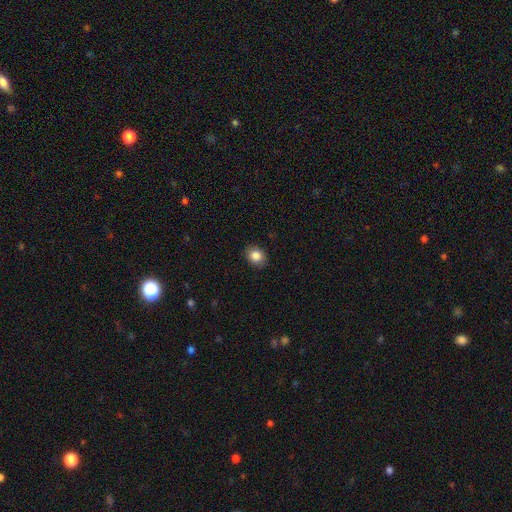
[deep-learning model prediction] Morphology: type=smooth (85%); roundness=in between (52%); merging=none (87%).